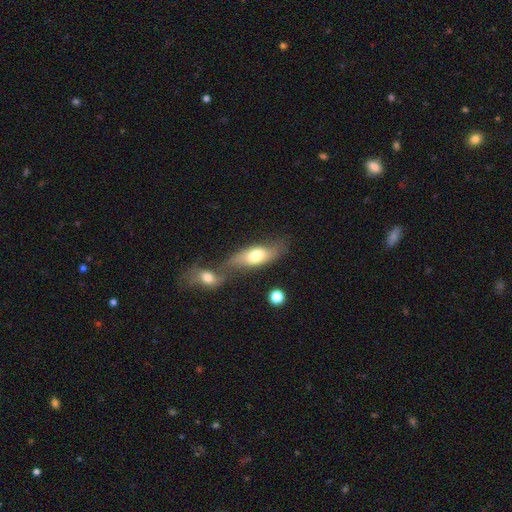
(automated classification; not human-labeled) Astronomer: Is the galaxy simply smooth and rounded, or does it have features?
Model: smooth — 62%.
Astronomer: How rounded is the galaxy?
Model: in between — 79%.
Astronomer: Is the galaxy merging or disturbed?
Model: merger — 40% (runner-up: none, 38%).